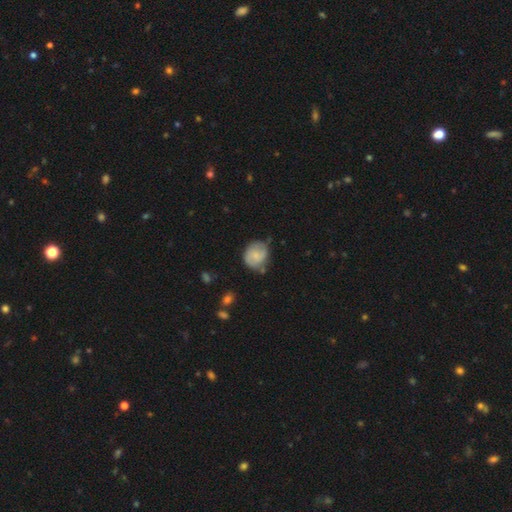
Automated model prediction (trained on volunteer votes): This is likely a smooth galaxy (63%). How rounded: likely round (75%). Merging: possibly none (57%).